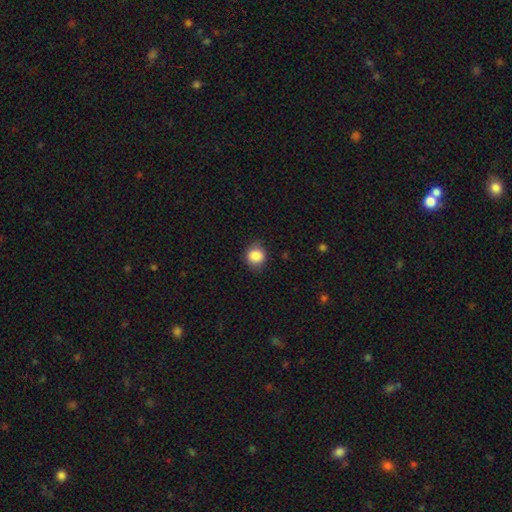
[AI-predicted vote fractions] Q: Smooth or featured?
A: smooth (86%); runner-up: star or artifact (9%)
Q: How rounded?
A: round (78%); runner-up: in between (21%)
Q: Merging?
A: none (81%); runner-up: minor disturbance (15%)